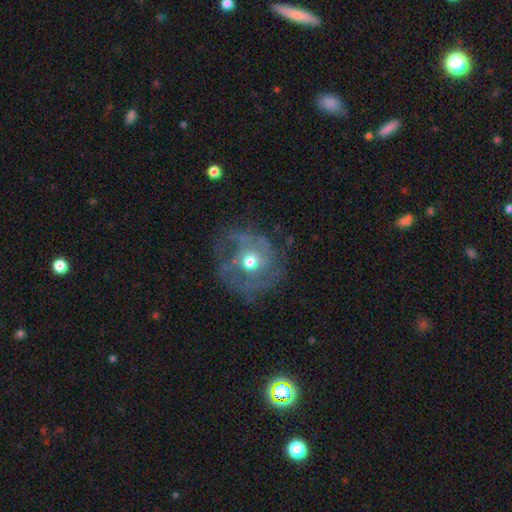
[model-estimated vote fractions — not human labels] Q: Smooth or featured?
A: featured or disk (74%); runner-up: star or artifact (13%)
Q: Edge-on disk?
A: no (96%); runner-up: yes (4%)
Q: Bar?
A: no (62%); runner-up: weak (29%)
Q: Spiral arms?
A: yes (87%); runner-up: no (13%)
Q: Spiral winding?
A: tight (56%); runner-up: medium (33%)
Q: Spiral arm count?
A: can't tell (35%); runner-up: 3 (24%)
Q: Bulge size?
A: moderate (67%); runner-up: small (27%)
Q: Merging?
A: none (74%); runner-up: minor disturbance (15%)